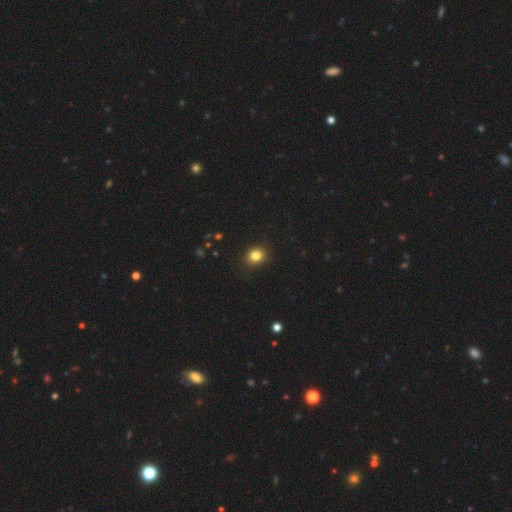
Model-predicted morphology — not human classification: Smooth or featured?
  - smooth: 83% *
  - star or artifact: 11%
  - featured or disk: 6%
How rounded?
  - round: 63% *
  - in between: 36%
  - cigar-shaped: 1%
Merging?
  - none: 89% *
  - minor disturbance: 8%
  - major disturbance: 2%
  - merger: 1%